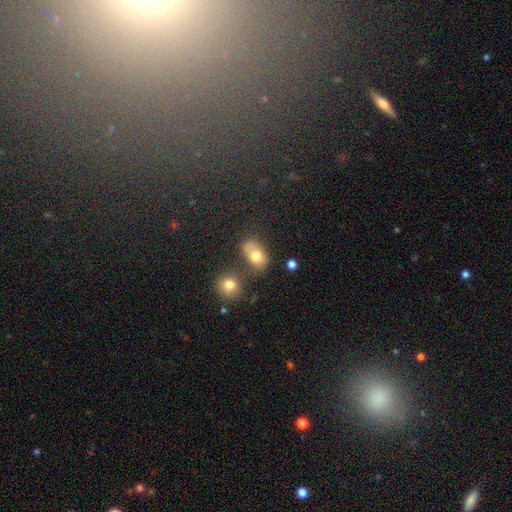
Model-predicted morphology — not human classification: smooth-or-featured: smooth: 75% | featured or disk: 13% | star or artifact: 11%
  how-rounded: in between: 79% | round: 19% | cigar-shaped: 2%
  merging: none: 54% | merger: 20% | minor disturbance: 19% | major disturbance: 8%